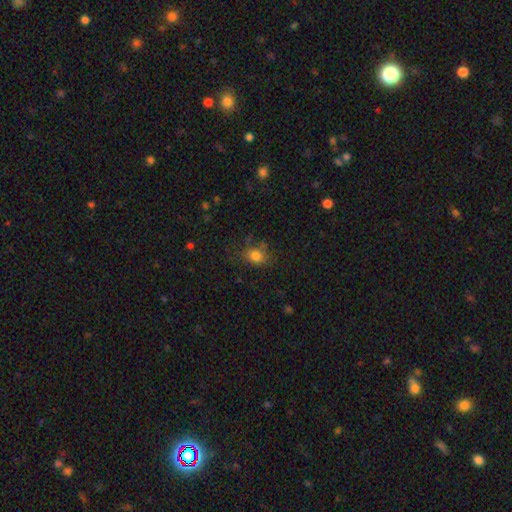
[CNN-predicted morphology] smooth 78%, star or artifact 13%, featured or disk 9%. Down the decision tree: how rounded — in between (51%); merging — none (65%).